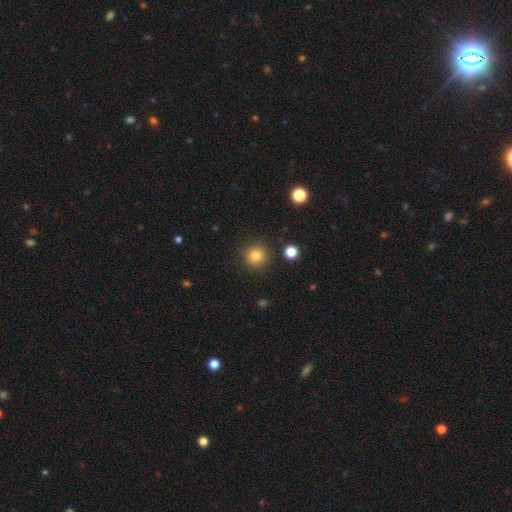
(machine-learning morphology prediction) Smooth or featured: smooth — 81% (star or artifact — 12%)
How rounded: round — 95% (in between — 4%)
Merging: none — 90% (minor disturbance — 6%)